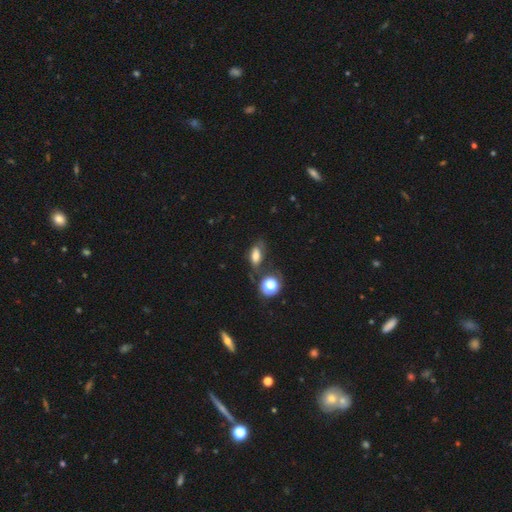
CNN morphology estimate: Overall: smooth (66%). How rounded: in between (78%). Merging: none (51%; minor disturbance 23%).